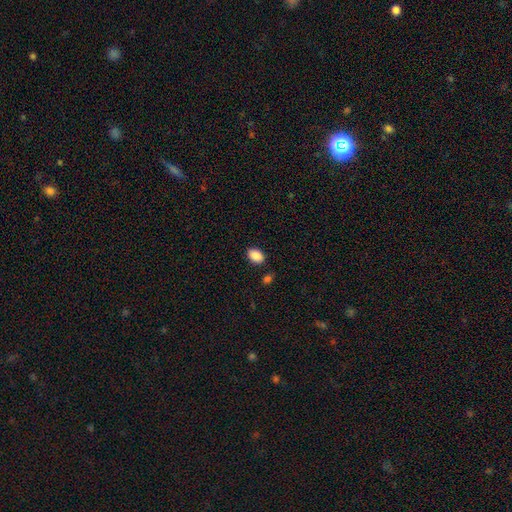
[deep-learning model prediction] smooth_or_featured: smooth (p=0.89) [alt: star or artifact p=0.08]
how_rounded: in between (p=0.84) [alt: round p=0.15]
merging: none (p=0.84) [alt: minor disturbance p=0.10]